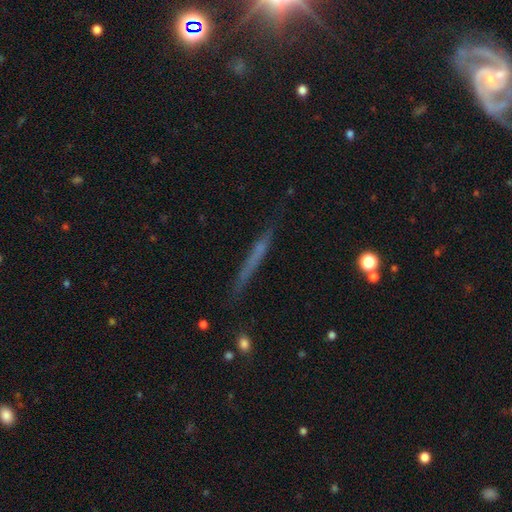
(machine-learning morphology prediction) Q: Smooth or featured?
A: featured or disk (45%); runner-up: smooth (44%)
Q: Merging?
A: none (78%); runner-up: minor disturbance (15%)